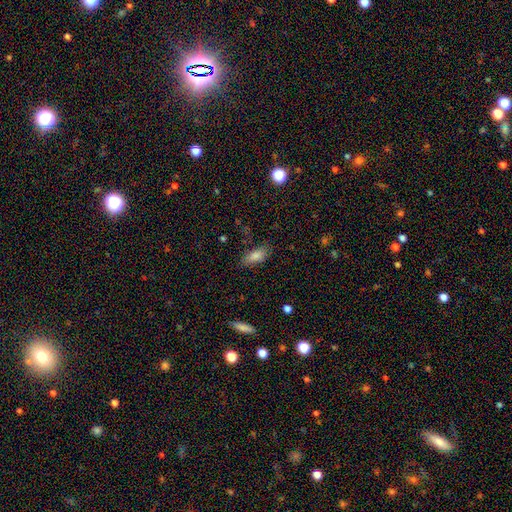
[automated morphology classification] Overall: smooth (81%). How rounded: in between (83%). Merging: none (78%).